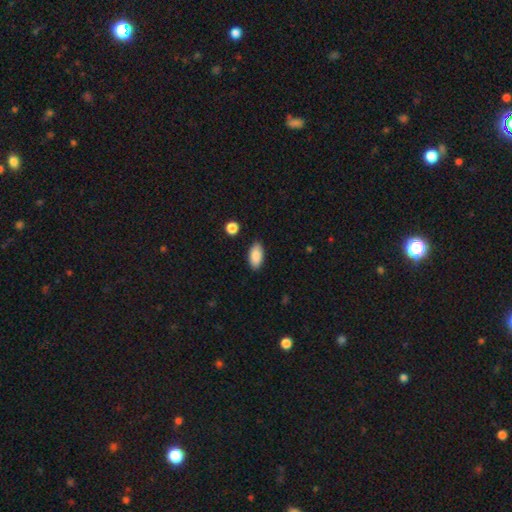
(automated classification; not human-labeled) Smooth or featured? smooth (88%)
How rounded? in between (91%)
Merging? none (86%)